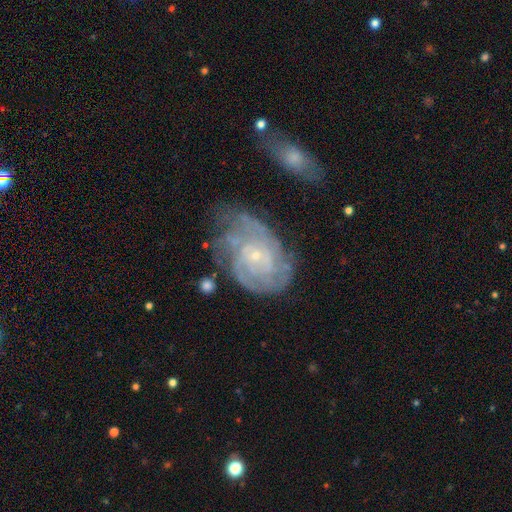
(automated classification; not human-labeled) Smooth or featured? Predicted: featured or disk (p=0.83). Edge-on disk? Predicted: no (p=0.97). Bar? Predicted: no (p=0.72). Spiral arms? Predicted: yes (p=0.93). Spiral winding? Predicted: tight (p=0.66). Spiral arm count? Predicted: can't tell (p=0.39). Bulge size? Predicted: small (p=0.83). Merging? Predicted: none (p=0.50).